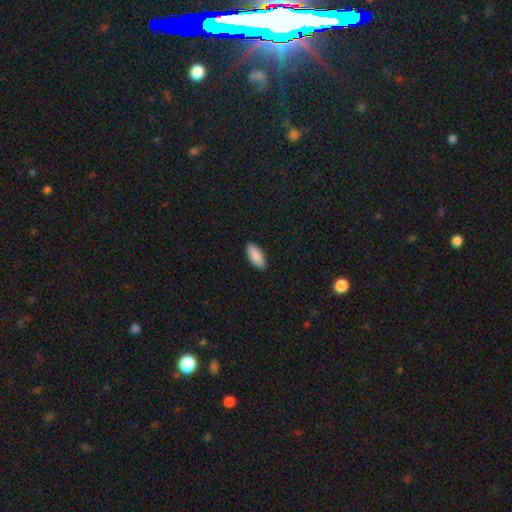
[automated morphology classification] smooth-or-featured: smooth: 90% | star or artifact: 6% | featured or disk: 4%
  how-rounded: in between: 83% | cigar-shaped: 15% | round: 2%
  merging: none: 90% | minor disturbance: 7% | major disturbance: 2% | merger: 1%